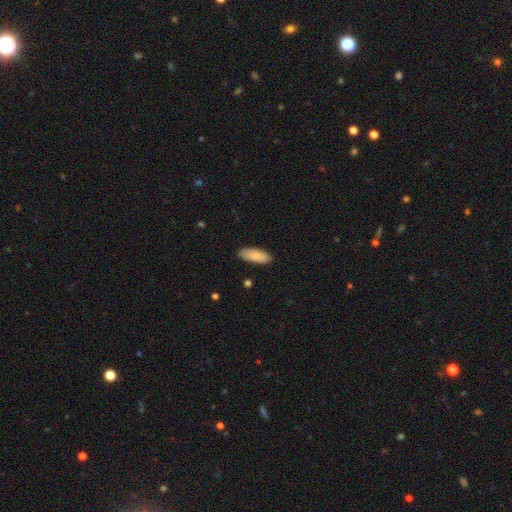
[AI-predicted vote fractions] Smooth or featured? smooth (88%)
How rounded? in between (75%)
Merging? none (86%)